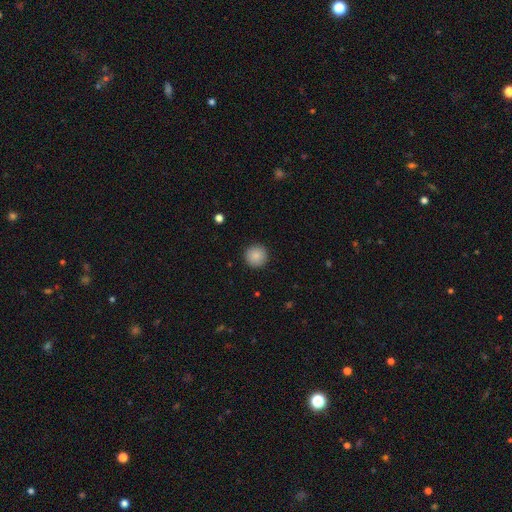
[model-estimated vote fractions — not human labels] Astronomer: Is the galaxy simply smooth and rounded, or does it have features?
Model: smooth — 87%.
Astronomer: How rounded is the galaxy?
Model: round — 96%.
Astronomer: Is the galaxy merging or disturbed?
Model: none — 92%.